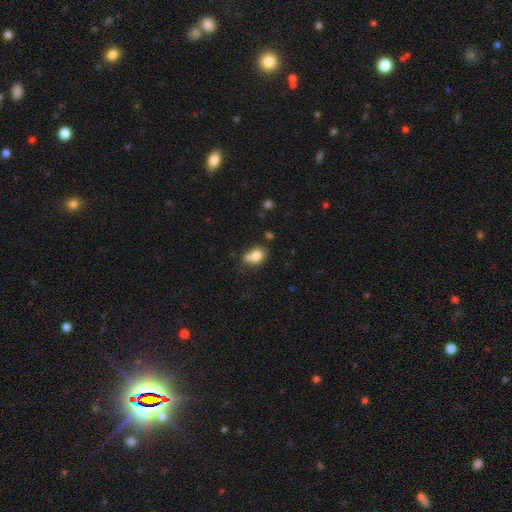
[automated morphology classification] Smooth or featured? smooth (76%)
How rounded? in between (52%)
Merging? none (43%)